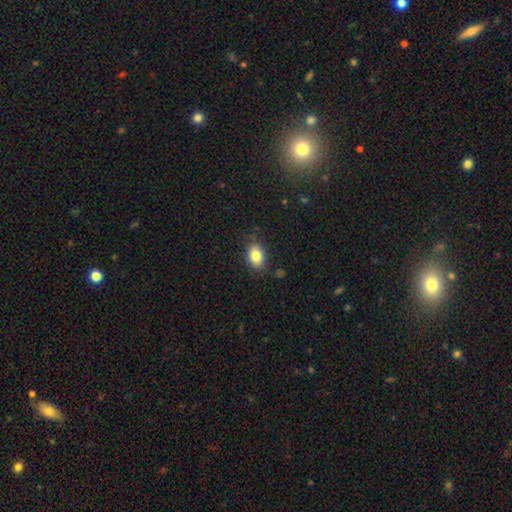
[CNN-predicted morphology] A smooth galaxy with no disk features (83%) that is in between round and cigar-shaped (83%). Merging: none (81%).